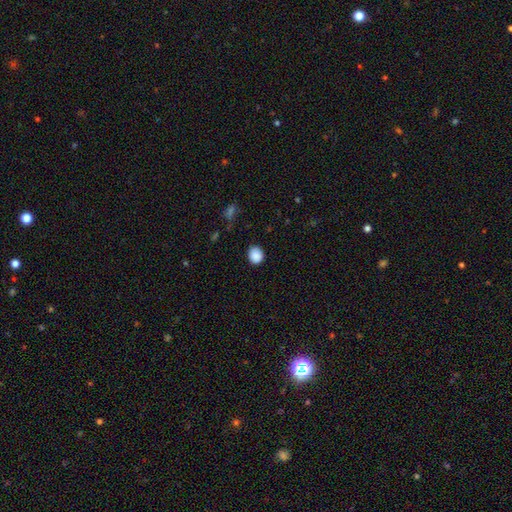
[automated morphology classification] The model was most divided on "how rounded": round: 75%, in between: 24%, cigar-shaped: 1%. More confident: smooth or featured — smooth (88%); merging — none (87%).